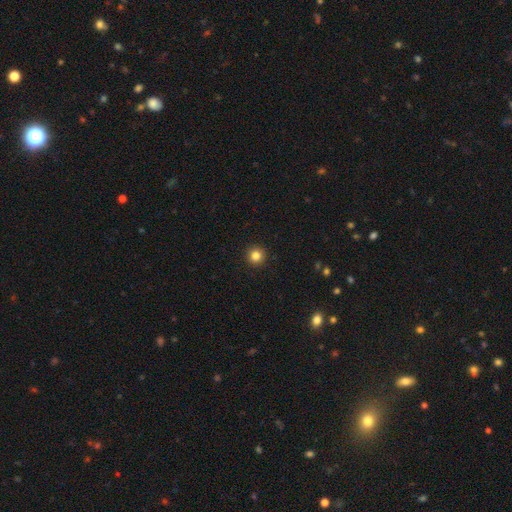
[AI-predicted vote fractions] smooth 84%, star or artifact 12%, featured or disk 4%. Down the decision tree: how rounded — round (96%); merging — none (93%).